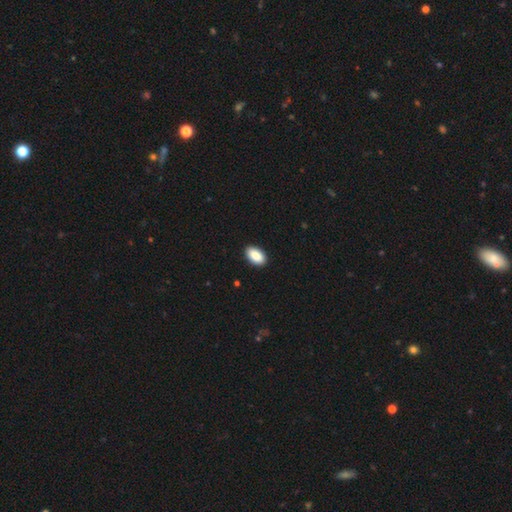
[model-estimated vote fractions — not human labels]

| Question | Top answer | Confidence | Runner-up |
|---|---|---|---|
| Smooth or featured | smooth | 90% | star or artifact (6%) |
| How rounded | in between | 95% | round (4%) |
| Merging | none | 90% | minor disturbance (7%) |